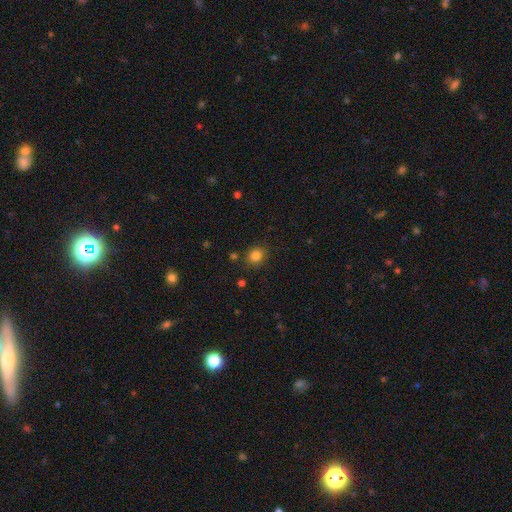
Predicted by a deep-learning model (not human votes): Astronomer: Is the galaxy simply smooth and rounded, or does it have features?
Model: smooth — 83%.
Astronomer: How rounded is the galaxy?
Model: round — 74%.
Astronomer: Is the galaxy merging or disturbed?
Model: none — 83%.